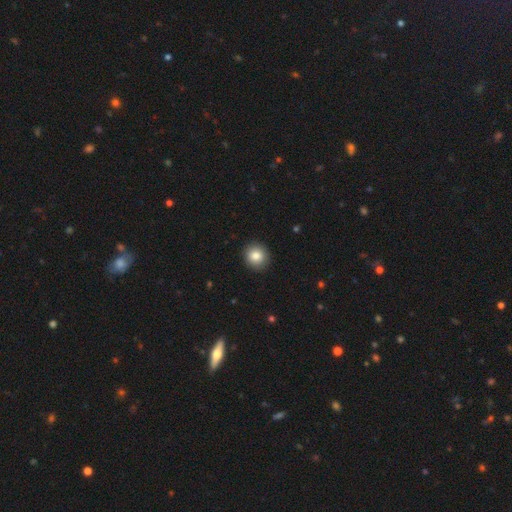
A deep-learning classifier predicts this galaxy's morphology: Q: Smooth or featured?
A: smooth (84%); runner-up: star or artifact (9%)
Q: How rounded?
A: round (88%); runner-up: in between (11%)
Q: Merging?
A: none (91%); runner-up: minor disturbance (6%)